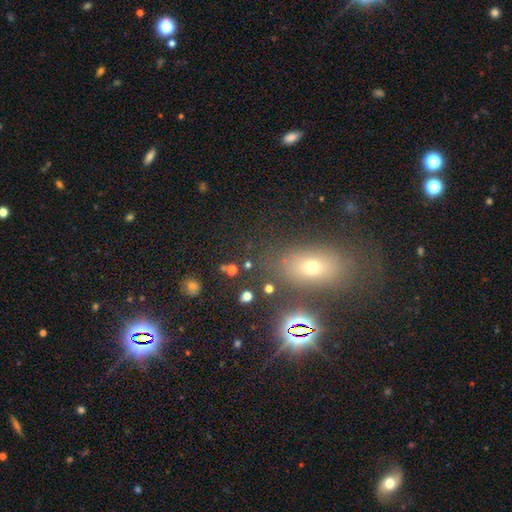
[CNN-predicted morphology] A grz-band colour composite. It shows a smooth galaxy with no disk features (48%). Merging: none (78%).